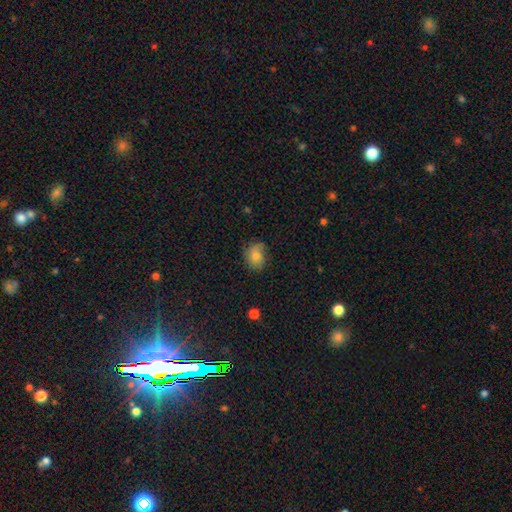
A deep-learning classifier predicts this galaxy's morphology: type=smooth (68%); roundness=in between (51%); merging=none (63%).